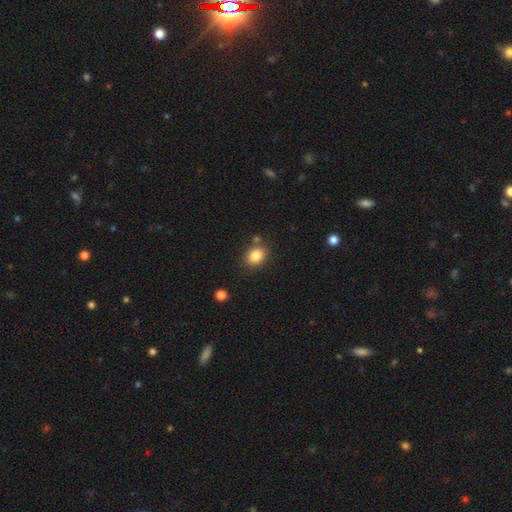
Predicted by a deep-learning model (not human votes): smooth-or-featured: smooth: 84% | star or artifact: 10% | featured or disk: 6%
  how-rounded: round: 57% | in between: 42% | cigar-shaped: 1%
  merging: none: 77% | minor disturbance: 11% | merger: 8% | major disturbance: 3%